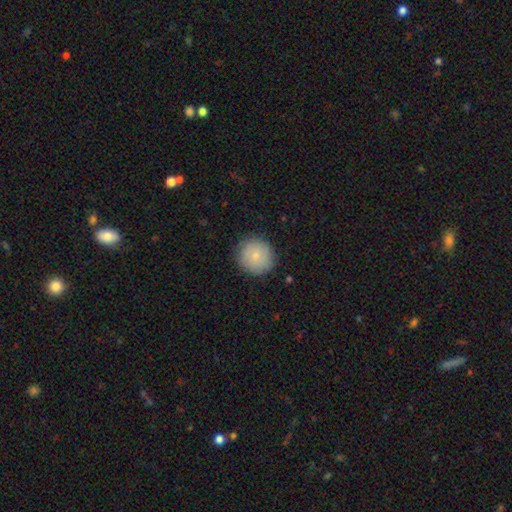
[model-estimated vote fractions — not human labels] A smooth galaxy with no disk features (81%) that is round (93%). Merging: none (86%).